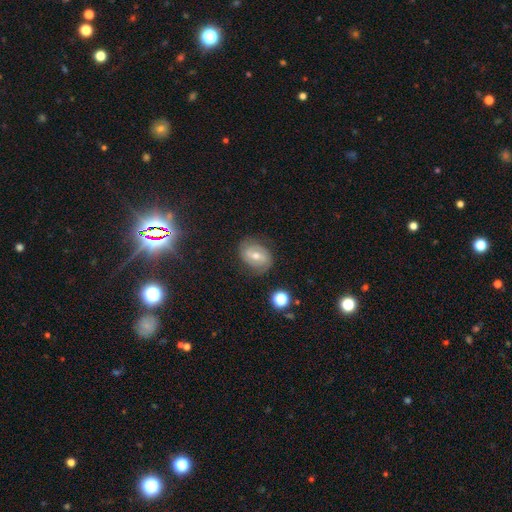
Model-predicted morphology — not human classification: This appears to be a featured or disk galaxy (59%) with a weak bar (47%), spiral arms (80%) and a moderate central bulge (57%). Merging: none (80%).